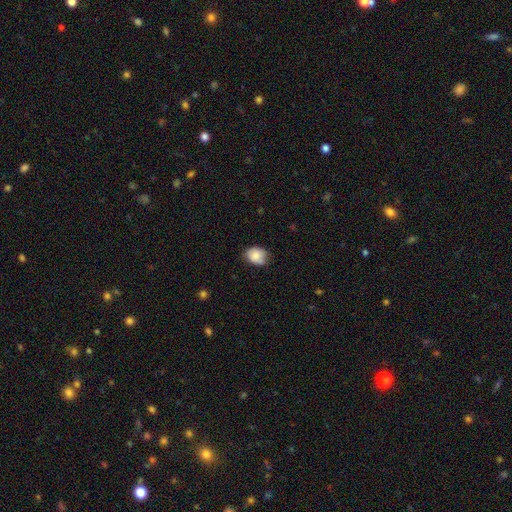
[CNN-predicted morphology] Smooth or featured? smooth (81%)
How rounded? in between (59%)
Merging? none (67%)